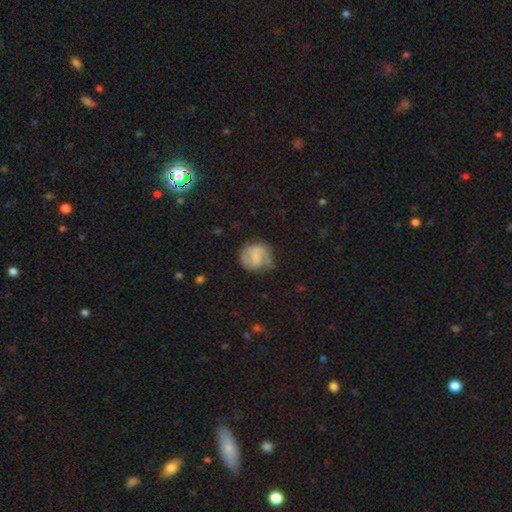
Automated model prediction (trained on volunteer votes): This is possibly a featured or disk galaxy (51%). It is clearly not viewed edge-on (98%). Bar: possibly no (48%). Spiral arm pattern: clearly yes (83%). Central bulge: possibly none (50%). Merging: possibly none (56%).